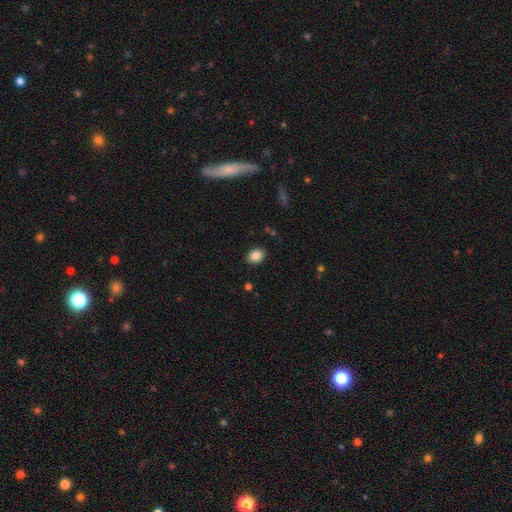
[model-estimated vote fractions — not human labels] Smooth or featured? Predicted: smooth (p=0.86). How rounded? Predicted: in between (p=0.65). Merging? Predicted: none (p=0.88).